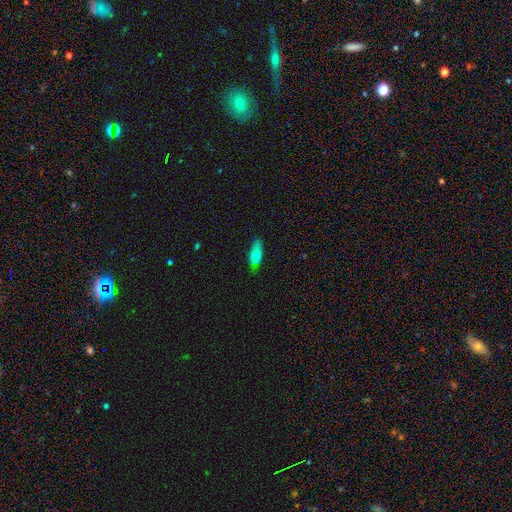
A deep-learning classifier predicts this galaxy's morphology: A smooth galaxy with no disk features (70%) that is in between round and cigar-shaped (72%). Merging: none (69%).